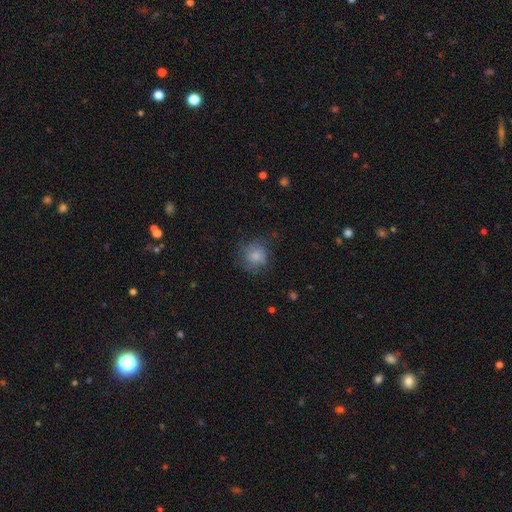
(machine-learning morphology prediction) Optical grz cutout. It shows a smooth galaxy with no disk features (72%) that is round (84%). Merging: none (59%).